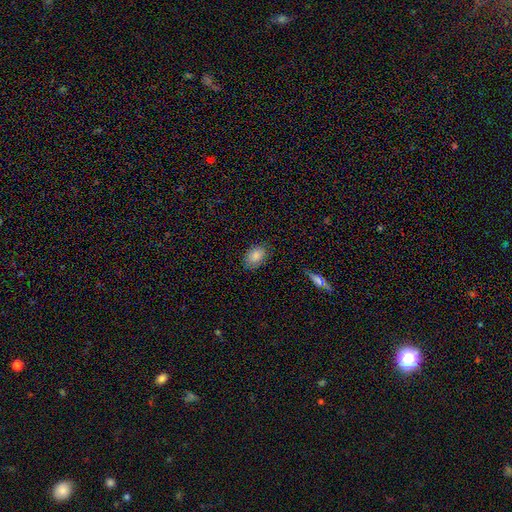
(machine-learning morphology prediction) Q: Smooth or featured?
A: smooth (86%); runner-up: star or artifact (8%)
Q: How rounded?
A: in between (83%); runner-up: round (15%)
Q: Merging?
A: none (81%); runner-up: minor disturbance (14%)